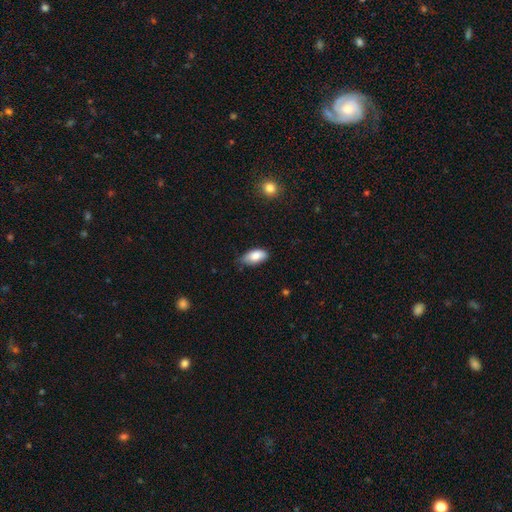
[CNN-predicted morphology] A smooth galaxy with no disk features (85%) that is in between round and cigar-shaped (93%).

Vote fractions:
- Smooth or featured? smooth: 85% / featured or disk: 8% / star or artifact: 7%
- How rounded? in between: 93% / cigar-shaped: 4% / round: 3%
- Merging? none: 61% / minor disturbance: 33% / major disturbance: 4% / merger: 2%